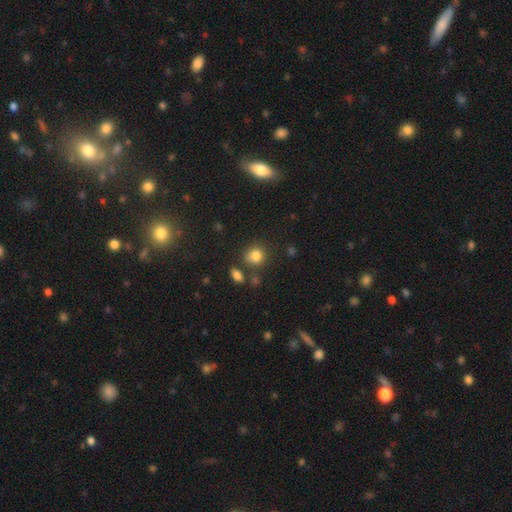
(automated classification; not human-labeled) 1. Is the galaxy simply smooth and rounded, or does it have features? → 81% smooth, 12% star or artifact, 7% featured or disk.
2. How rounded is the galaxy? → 77% round, 22% in between, 1% cigar-shaped.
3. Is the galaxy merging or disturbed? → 68% none, 15% minor disturbance, 11% merger, 5% major disturbance.